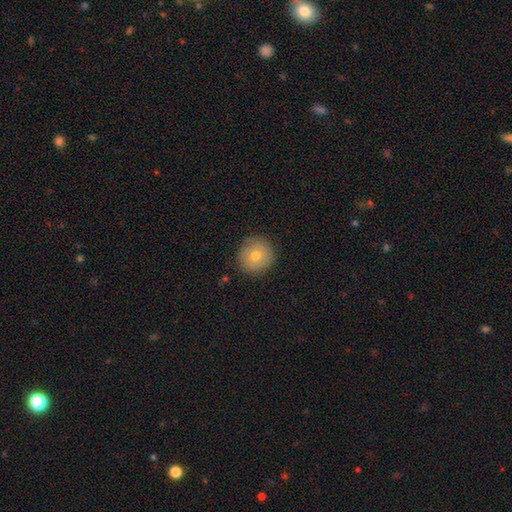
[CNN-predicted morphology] This is likely a smooth galaxy (67%). How rounded: clearly round (94%). Merging: clearly none (87%).